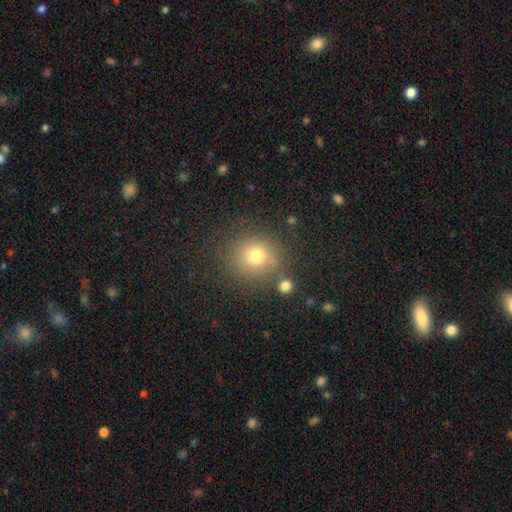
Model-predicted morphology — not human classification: A smooth galaxy with no disk features (74%) that is round (87%). Merging: none (79%).